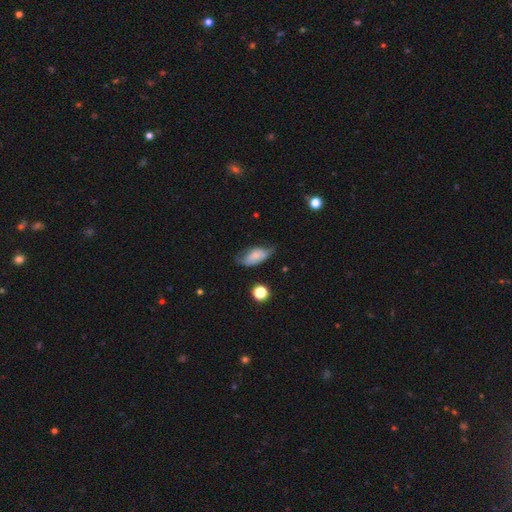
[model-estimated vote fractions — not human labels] The model was most divided on "merging": none: 46%, minor disturbance: 39%, major disturbance: 13%, merger: 2%. More confident: how rounded — in between (89%); smooth or featured — smooth (67%).